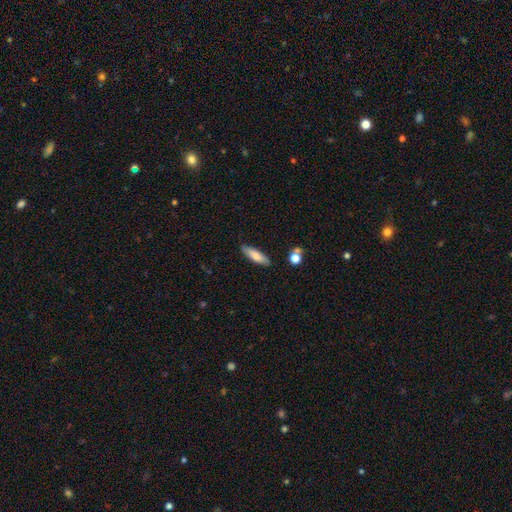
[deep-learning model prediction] This appears to be a smooth galaxy with no disk features (75%) that is cigar-shaped (58%). Merging: none (83%).